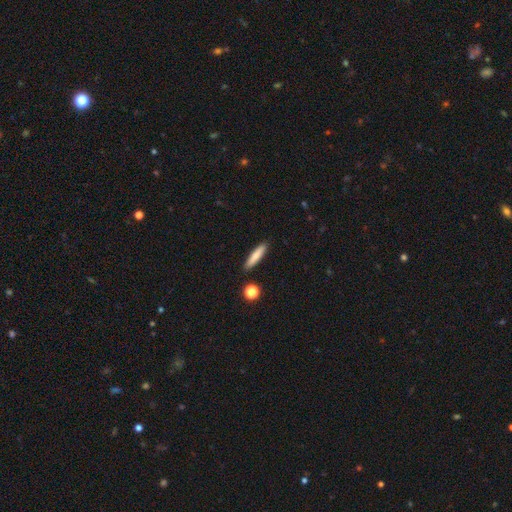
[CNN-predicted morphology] smooth 76%, featured or disk 16%, star or artifact 7%. Down the decision tree: how rounded — cigar-shaped (86%); merging — none (89%).